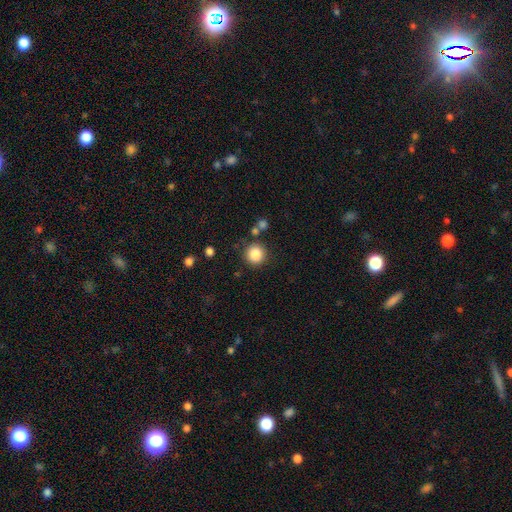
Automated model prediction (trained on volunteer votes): Q: Smooth or featured?
A: smooth (85%); runner-up: star or artifact (10%)
Q: How rounded?
A: round (92%); runner-up: in between (7%)
Q: Merging?
A: none (84%); runner-up: minor disturbance (8%)